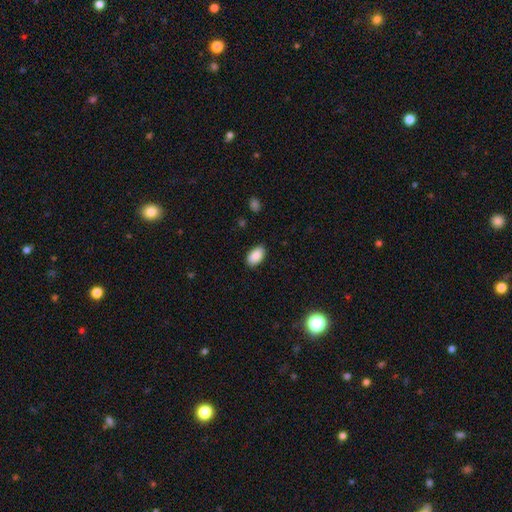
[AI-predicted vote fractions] smooth_or_featured: smooth (p=0.88) [alt: star or artifact p=0.07]
how_rounded: in between (p=0.94) [alt: round p=0.05]
merging: none (p=0.86) [alt: minor disturbance p=0.11]